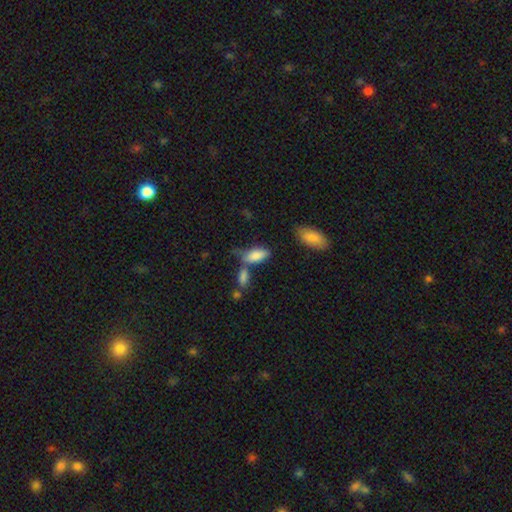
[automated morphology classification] Overall: smooth (84%). How rounded: in between (86%). Merging: none (40%; merger 31%).